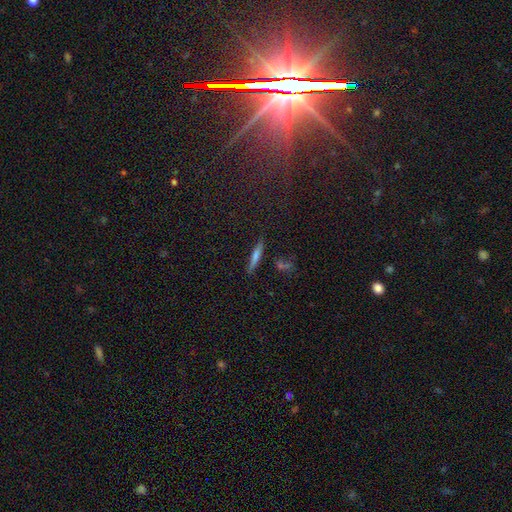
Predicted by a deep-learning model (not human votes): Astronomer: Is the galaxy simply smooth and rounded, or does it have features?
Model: smooth — 50% (runner-up: featured or disk, 38%).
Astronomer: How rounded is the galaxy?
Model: cigar-shaped — 89%.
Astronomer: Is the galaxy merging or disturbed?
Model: none — 82%.